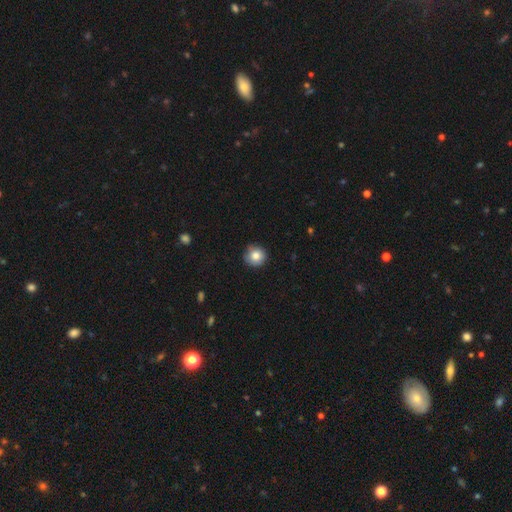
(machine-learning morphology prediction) Smooth or featured: smooth — 83% (star or artifact — 9%)
How rounded: round — 94% (in between — 5%)
Merging: none — 83% (minor disturbance — 14%)